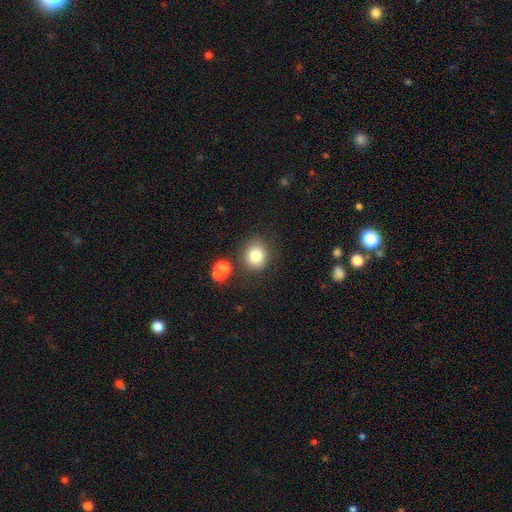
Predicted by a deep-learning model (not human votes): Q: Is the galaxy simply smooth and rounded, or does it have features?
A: smooth — 82%.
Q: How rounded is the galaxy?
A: round — 75%.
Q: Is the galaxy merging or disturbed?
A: none — 75%.